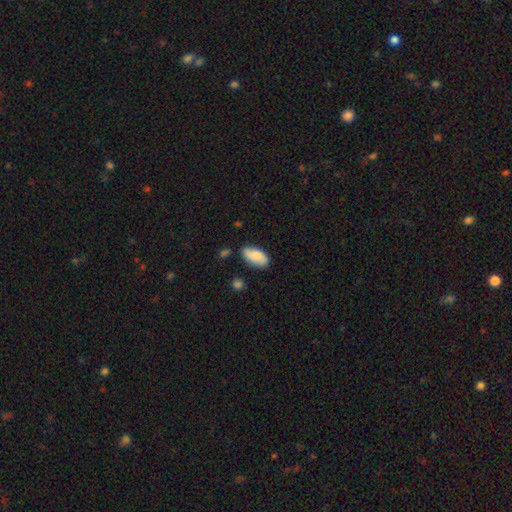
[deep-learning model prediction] A smooth galaxy with no disk features (77%) that is in between round and cigar-shaped (92%). Merging: none (77%).